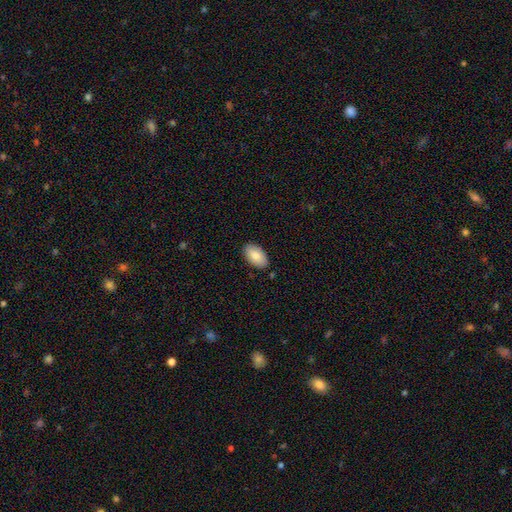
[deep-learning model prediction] The model was most divided on "smooth or featured": smooth: 84%, featured or disk: 10%, star or artifact: 6%. More confident: how rounded — in between (95%); merging — none (87%).